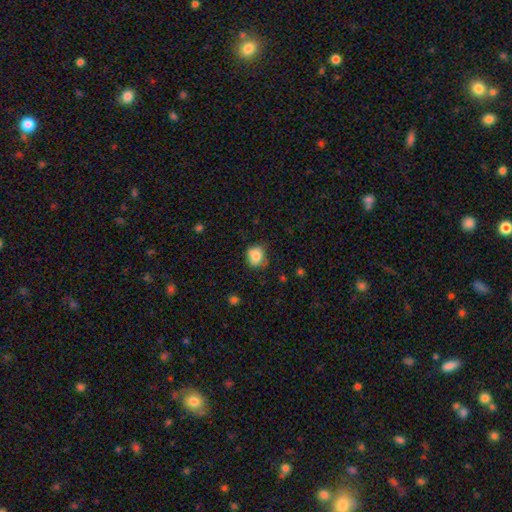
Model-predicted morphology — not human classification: type=smooth (79%); roundness=round (68%); merging=none (60%).